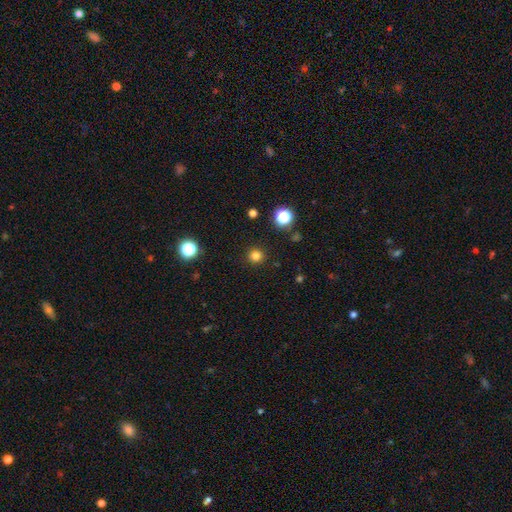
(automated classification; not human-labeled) Smooth or featured? smooth (80%)
How rounded? round (95%)
Merging? none (92%)